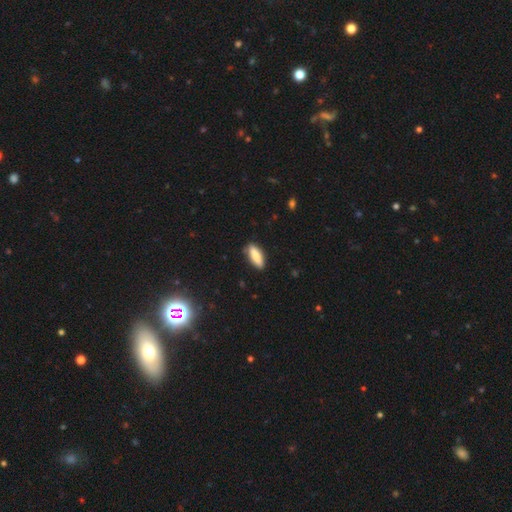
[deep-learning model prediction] smooth 82%, featured or disk 11%, star or artifact 7%. Down the decision tree: how rounded — in between (61%); merging — none (80%).